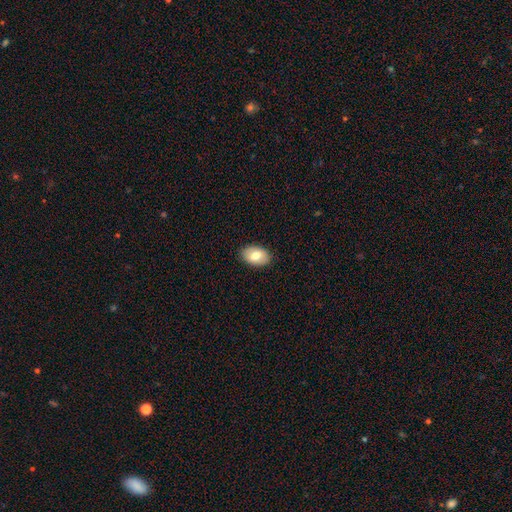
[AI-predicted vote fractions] This is likely a smooth galaxy (75%). How rounded: clearly in between (88%). Merging: clearly none (89%).